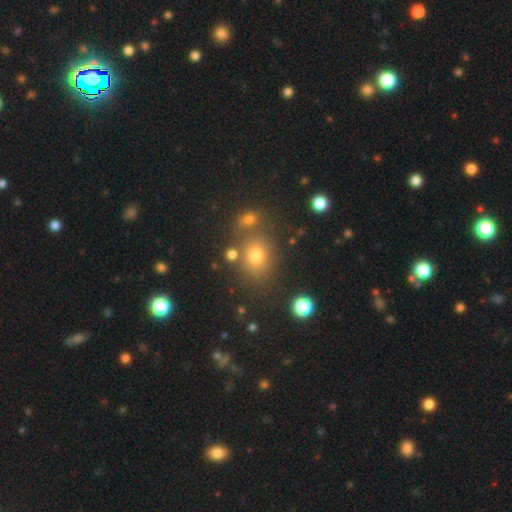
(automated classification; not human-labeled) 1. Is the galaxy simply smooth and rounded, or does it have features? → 68% smooth, 22% star or artifact, 10% featured or disk.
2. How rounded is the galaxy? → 53% round, 46% in between, 1% cigar-shaped.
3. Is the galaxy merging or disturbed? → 72% none, 14% merger, 10% minor disturbance, 4% major disturbance.